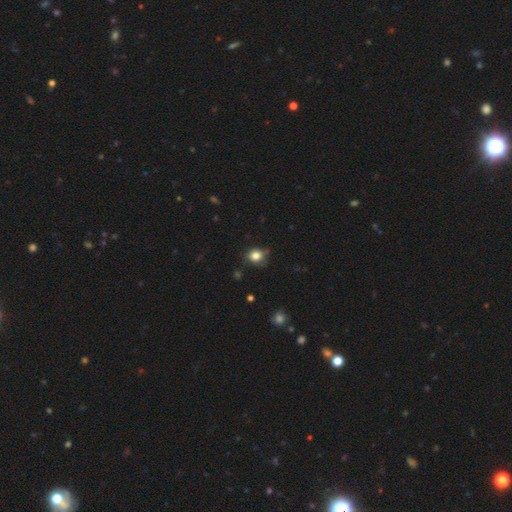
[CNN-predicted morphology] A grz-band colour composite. It shows a smooth galaxy with no disk features (82%) that is round (70%). Merging: none (72%).